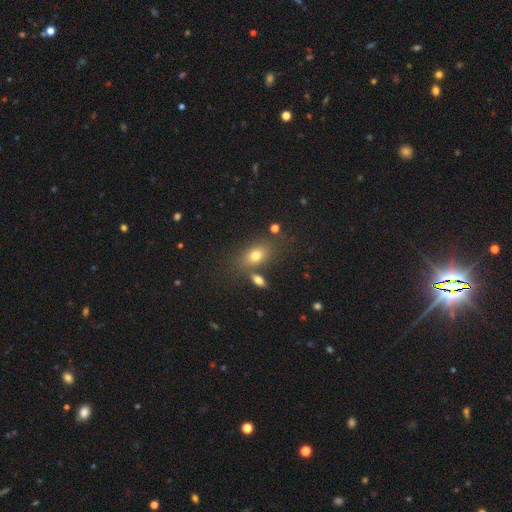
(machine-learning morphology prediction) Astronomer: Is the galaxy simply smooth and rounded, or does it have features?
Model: smooth — 75%.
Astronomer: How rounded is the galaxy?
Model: in between — 77%.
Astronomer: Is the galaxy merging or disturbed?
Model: none — 67%.